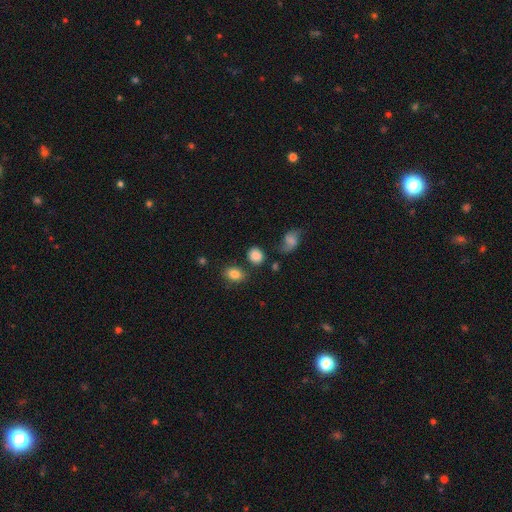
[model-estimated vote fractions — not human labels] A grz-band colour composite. It shows a smooth galaxy with no disk features (84%) that is round (62%). Merging: none (70%).